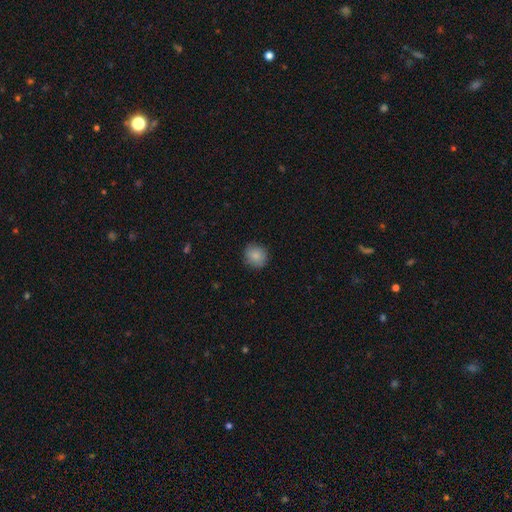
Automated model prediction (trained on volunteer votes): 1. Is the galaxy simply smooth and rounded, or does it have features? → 85% smooth, 8% star or artifact, 7% featured or disk.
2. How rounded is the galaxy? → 87% round, 12% in between, 1% cigar-shaped.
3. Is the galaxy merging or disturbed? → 86% none, 10% minor disturbance, 2% major disturbance, 1% merger.